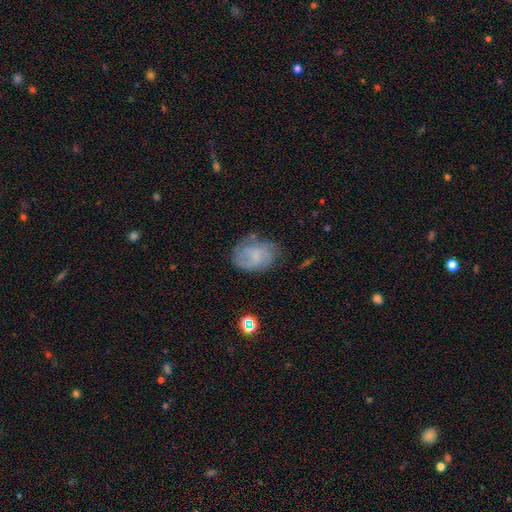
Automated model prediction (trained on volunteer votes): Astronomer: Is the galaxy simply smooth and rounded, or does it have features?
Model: featured or disk — 51% (runner-up: smooth, 40%).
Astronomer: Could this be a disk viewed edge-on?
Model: no — 97%.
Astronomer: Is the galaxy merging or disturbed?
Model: none — 60%.